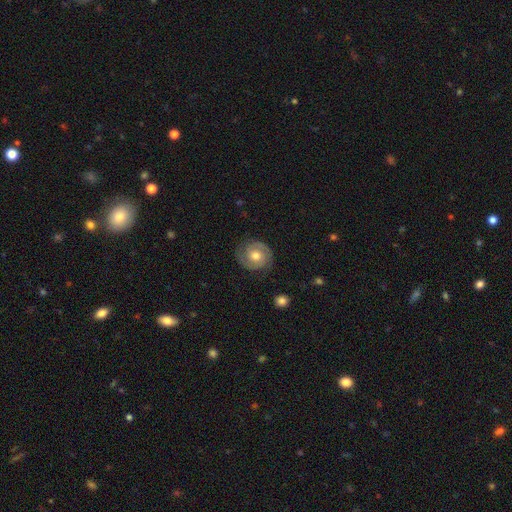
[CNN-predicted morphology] This is likely a featured or disk galaxy (79%). It is clearly not viewed edge-on (98%). Bar: likely no (66%). Spiral arm pattern: clearly yes (94%). Spiral arm count: clearly 2 (90%). Spiral winding: possibly tight (59%). Central bulge: likely moderate (77%). Merging: clearly none (83%).